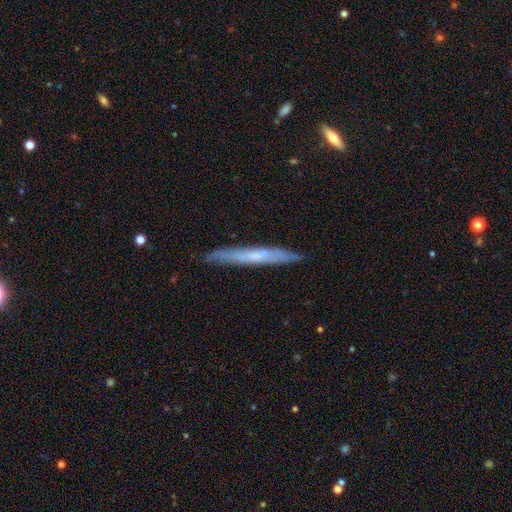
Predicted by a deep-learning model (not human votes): Overall: featured or disk (48%; smooth 46%). Merging: none (87%).